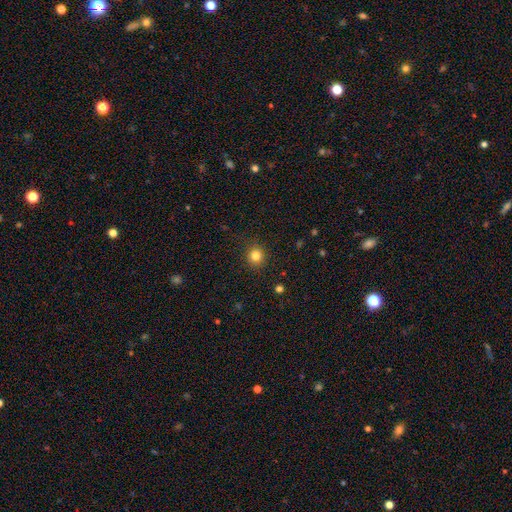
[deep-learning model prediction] Smooth or featured? Predicted: smooth (p=0.82). How rounded? Predicted: round (p=0.91). Merging? Predicted: none (p=0.90).